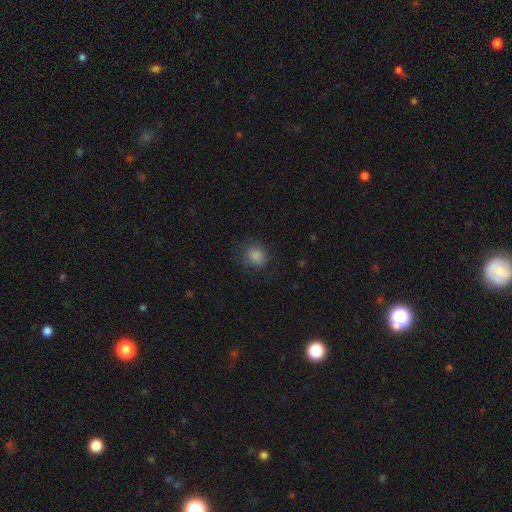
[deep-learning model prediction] The model was most divided on "how rounded": round: 75%, in between: 24%, cigar-shaped: 1%. More confident: smooth or featured — smooth (85%); merging — none (77%).